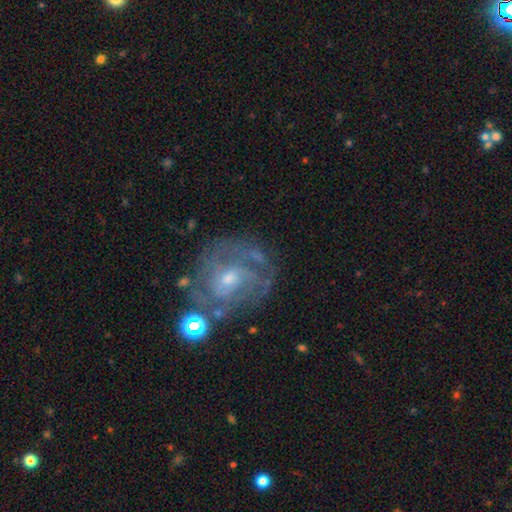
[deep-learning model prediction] A featured or disk galaxy (78%) with no bar (61%), tight (59%) spiral arms (83%) and a small central bulge (53%). Merging: none (66%).